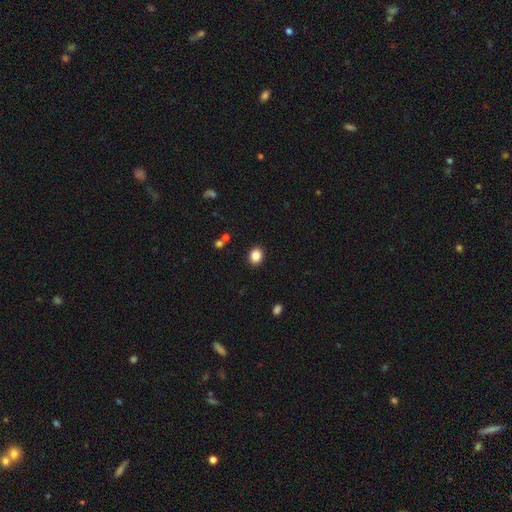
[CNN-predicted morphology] This is clearly a smooth galaxy (86%). How rounded: likely round (64%). Merging: clearly none (89%).